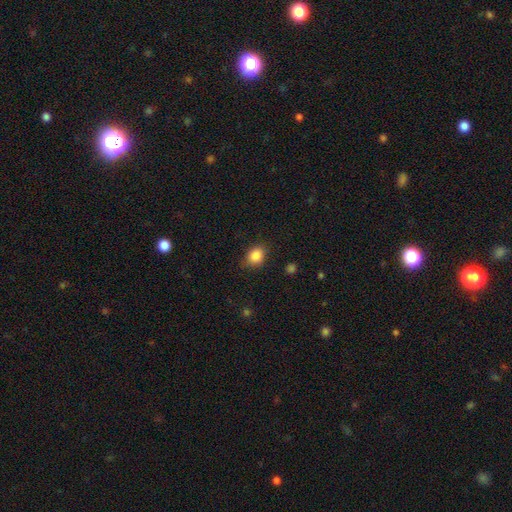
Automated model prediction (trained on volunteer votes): Q: Smooth or featured?
A: smooth (86%); runner-up: star or artifact (9%)
Q: How rounded?
A: in between (52%); runner-up: round (47%)
Q: Merging?
A: none (76%); runner-up: minor disturbance (18%)